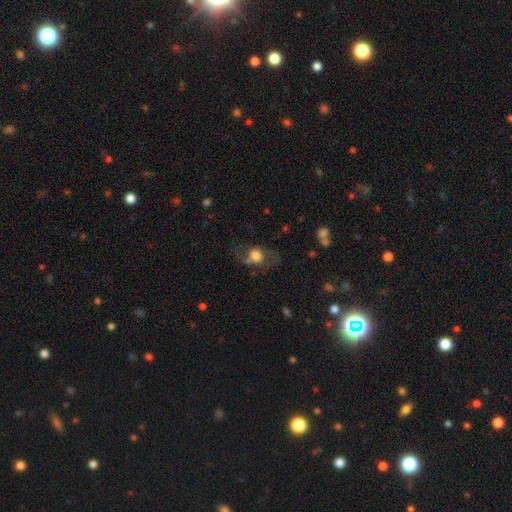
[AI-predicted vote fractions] This appears to be a smooth galaxy with no disk features (47%). Merging: none (57%).